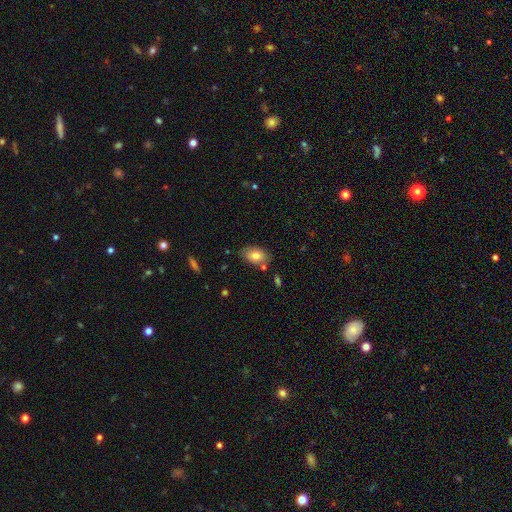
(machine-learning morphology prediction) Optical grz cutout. It shows a smooth galaxy with no disk features (79%) that is in between round and cigar-shaped (87%). Merging: none (77%).